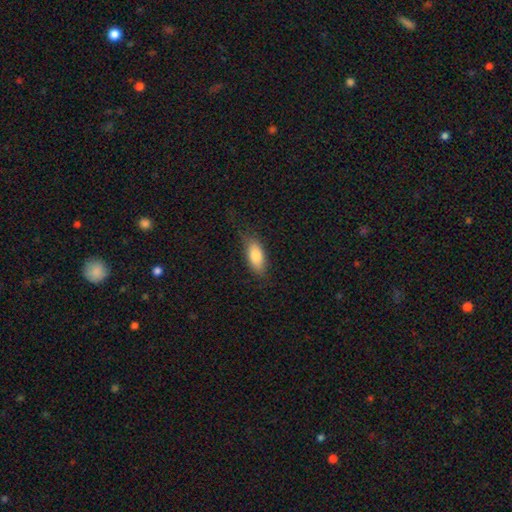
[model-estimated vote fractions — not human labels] smooth 79%, featured or disk 14%, star or artifact 7%. Down the decision tree: how rounded — in between (82%); merging — none (74%).